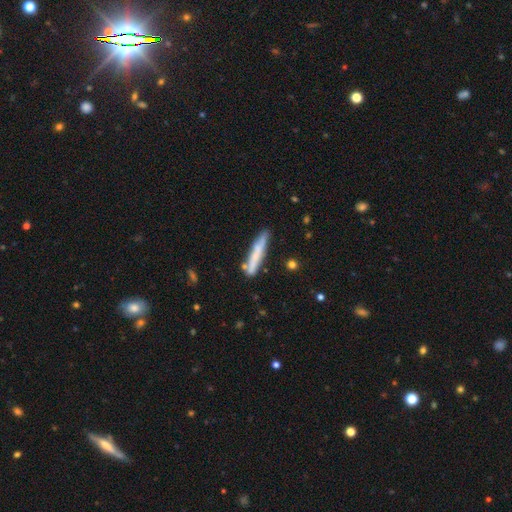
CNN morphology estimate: type=smooth (64%); roundness=cigar-shaped (94%); merging=none (75%).